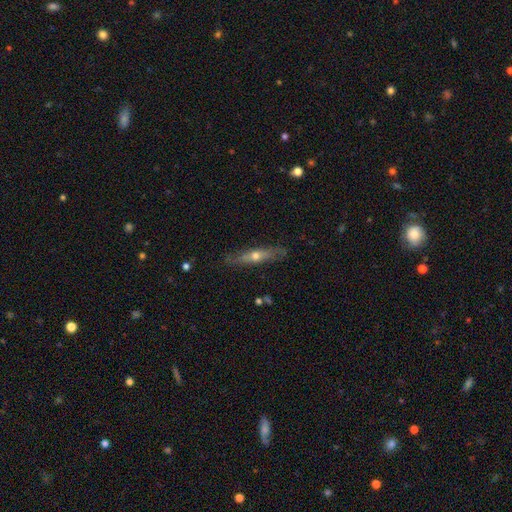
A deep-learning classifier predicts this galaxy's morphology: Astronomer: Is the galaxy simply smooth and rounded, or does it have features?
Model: featured or disk — 56% (runner-up: smooth, 38%).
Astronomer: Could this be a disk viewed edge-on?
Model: yes — 79%.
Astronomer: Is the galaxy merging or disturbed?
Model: none — 80%.